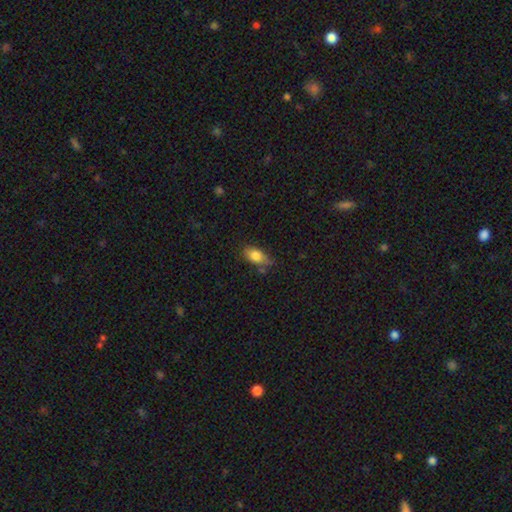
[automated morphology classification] A smooth galaxy with no disk features (82%) that is in between round and cigar-shaped (87%).

Vote fractions:
- Smooth or featured? smooth: 82% / featured or disk: 10% / star or artifact: 8%
- How rounded? in between: 87% / round: 7% / cigar-shaped: 6%
- Merging? none: 61% / minor disturbance: 27% / merger: 6% / major disturbance: 6%